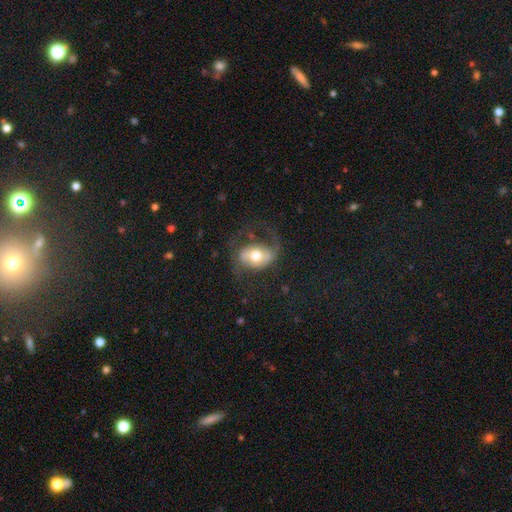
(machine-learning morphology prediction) Smooth or featured? Predicted: featured or disk (p=0.68). Edge-on disk? Predicted: no (p=0.96). Bar? Predicted: no (p=0.46). Spiral arms? Predicted: yes (p=0.86). Spiral winding? Predicted: loose (p=0.48). Spiral arm count? Predicted: 2 (p=0.72). Bulge size? Predicted: moderate (p=0.69). Merging? Predicted: none (p=0.53).